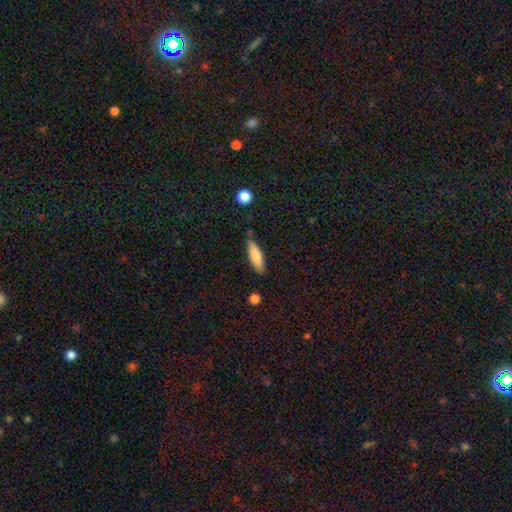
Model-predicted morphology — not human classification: smooth_or_featured: smooth (p=0.76) [alt: featured or disk p=0.18]
how_rounded: cigar-shaped (p=0.60) [alt: in between p=0.39]
merging: none (p=0.79) [alt: minor disturbance p=0.15]